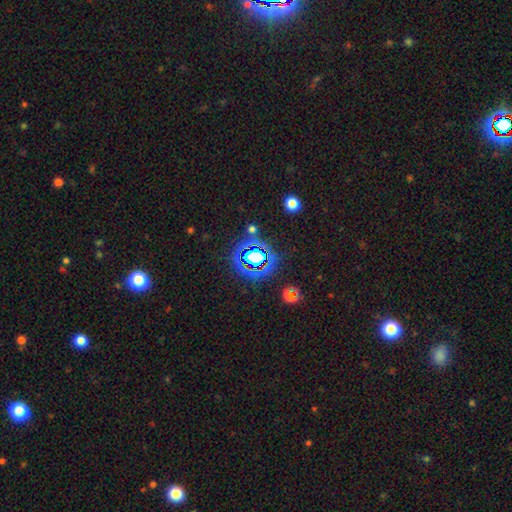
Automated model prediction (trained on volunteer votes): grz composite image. It shows a star or artifact, not a galaxy (69%).